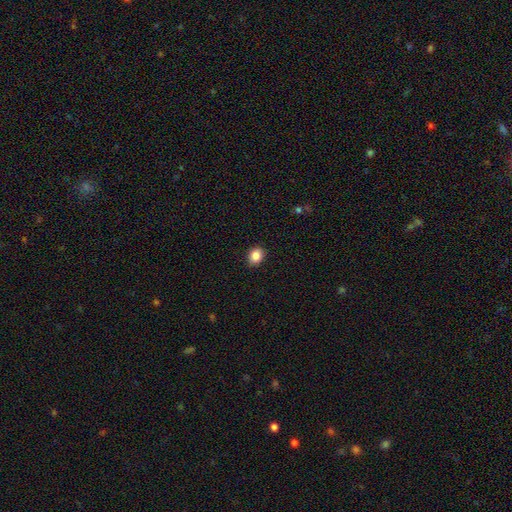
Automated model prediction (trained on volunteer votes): smooth-or-featured: smooth: 86% | star or artifact: 9% | featured or disk: 5%
  how-rounded: in between: 53% | round: 47% | cigar-shaped: 1%
  merging: none: 90% | minor disturbance: 7% | major disturbance: 2% | merger: 1%